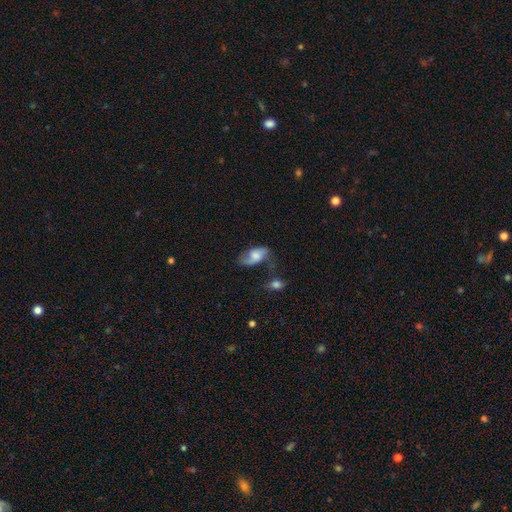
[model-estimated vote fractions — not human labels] A smooth galaxy with no disk features (47%).

Vote fractions:
- Smooth or featured? smooth: 47% / featured or disk: 44% / star or artifact: 8%
- Merging? none: 48% / minor disturbance: 28% / major disturbance: 16% / merger: 8%